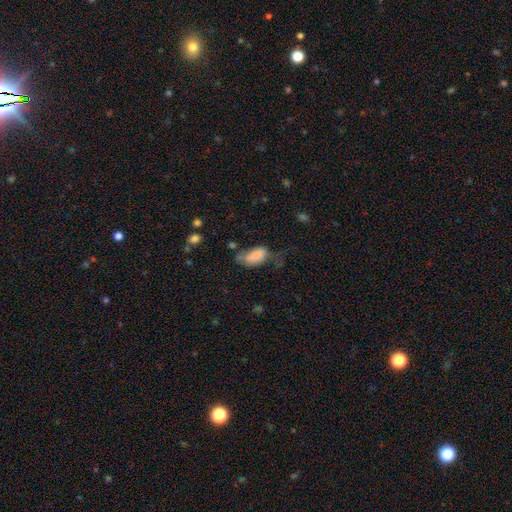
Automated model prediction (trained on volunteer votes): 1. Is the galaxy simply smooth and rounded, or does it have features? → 79% smooth, 12% featured or disk, 9% star or artifact.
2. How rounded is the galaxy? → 92% in between, 4% round, 4% cigar-shaped.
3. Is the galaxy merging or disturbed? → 30% major disturbance (tied), 30% minor disturbance (tied), 29% none, 11% merger.